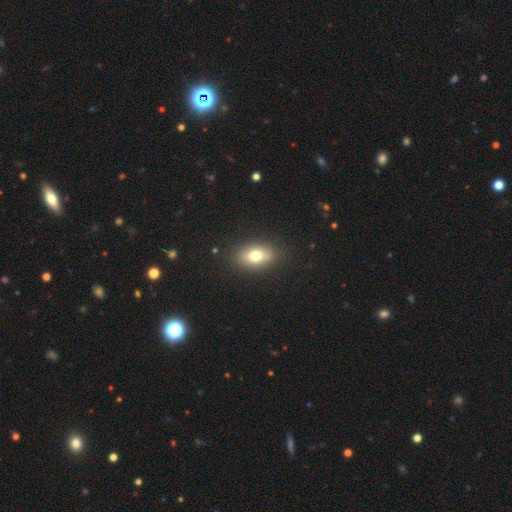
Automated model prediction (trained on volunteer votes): smooth 74%, featured or disk 16%, star or artifact 10%. Down the decision tree: how rounded — in between (82%); merging — none (85%).